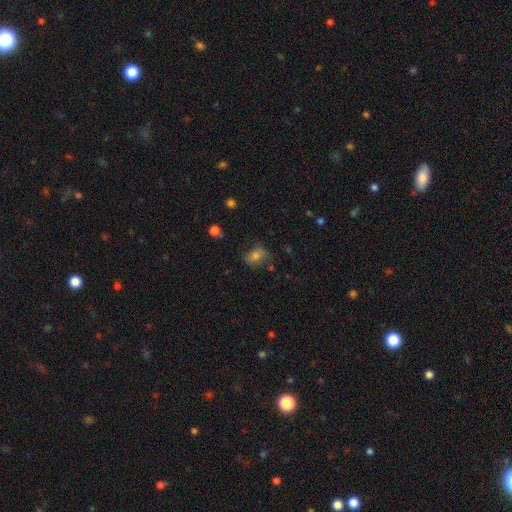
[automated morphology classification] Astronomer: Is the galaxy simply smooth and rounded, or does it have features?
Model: smooth — 71%.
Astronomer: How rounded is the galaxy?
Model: in between — 55% (runner-up: round, 43%).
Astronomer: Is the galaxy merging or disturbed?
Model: none — 64%.